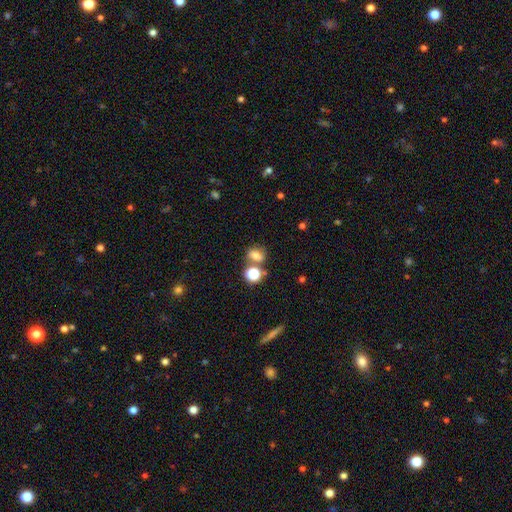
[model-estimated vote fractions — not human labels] The model was most divided on "how rounded": in between: 59%, round: 39%, cigar-shaped: 2%. More confident: smooth or featured — smooth (72%); merging — none (56%).